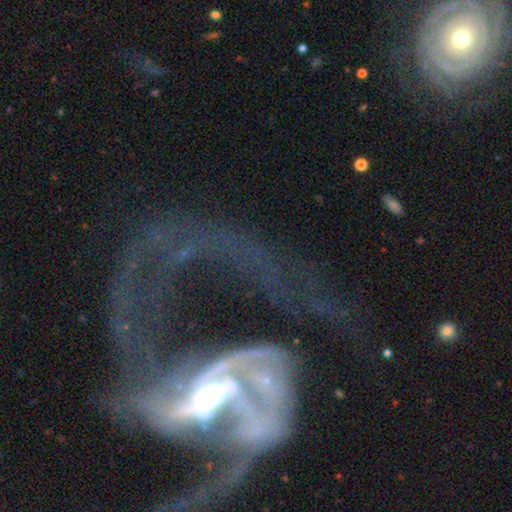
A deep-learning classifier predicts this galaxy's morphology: Smooth or featured: featured or disk — 82% (star or artifact — 9%)
Edge-on disk: no — 94% (yes — 6%)
Bar: no — 36% (weak — 33%)
Spiral arms: yes — 81% (no — 19%)
Spiral winding: loose — 56% (medium — 30%)
Spiral arm count: 2 — 38% (1 — 22%)
Bulge size: moderate — 57% (small — 27%)
Merging: major disturbance — 53% (merger — 25%)